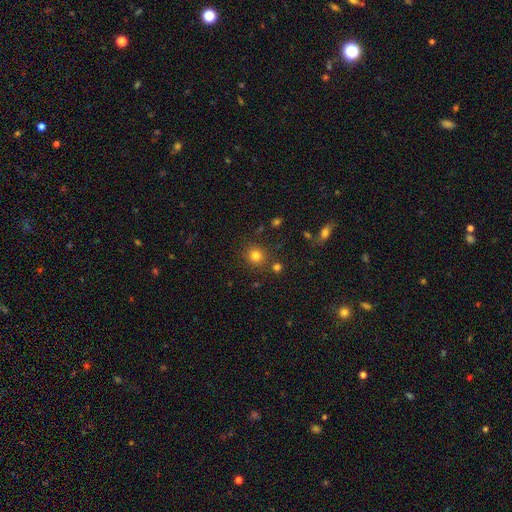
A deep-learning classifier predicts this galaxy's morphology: Q: Smooth or featured?
A: smooth (80%); runner-up: star or artifact (14%)
Q: How rounded?
A: round (88%); runner-up: in between (11%)
Q: Merging?
A: none (84%); runner-up: minor disturbance (8%)